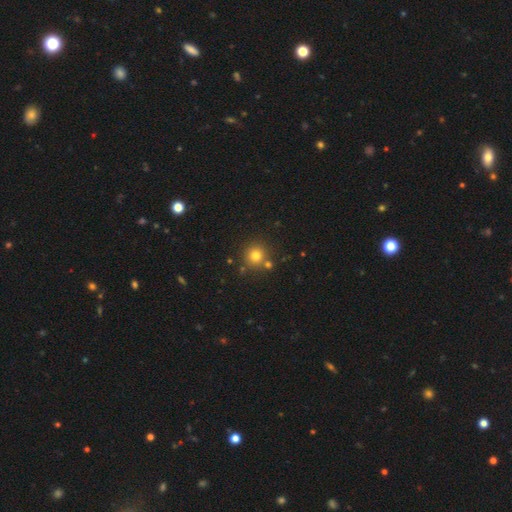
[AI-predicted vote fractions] Smooth or featured? Predicted: smooth (p=0.77). How rounded? Predicted: round (p=0.92). Merging? Predicted: none (p=0.77).